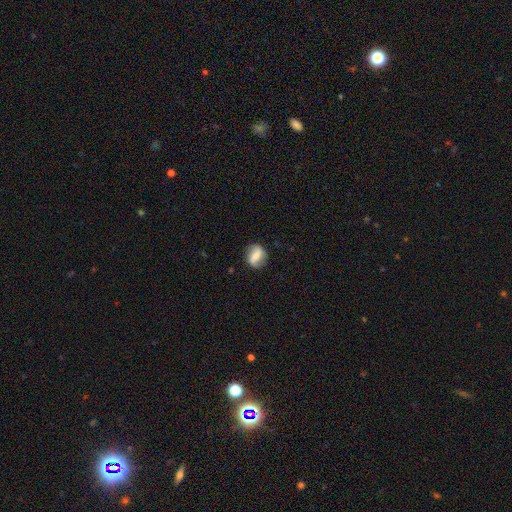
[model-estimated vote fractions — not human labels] Overall: featured or disk (46%; smooth 45%). Merging: none (78%).